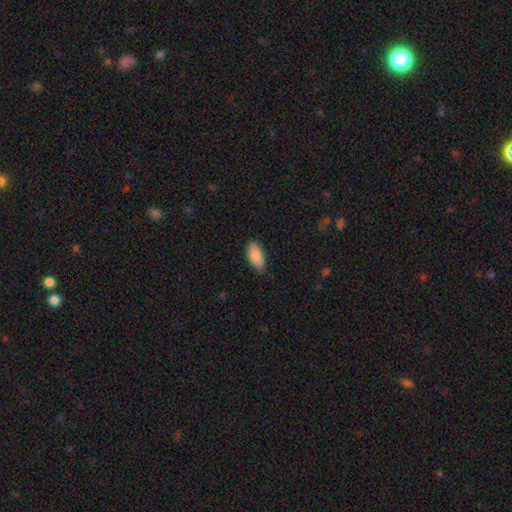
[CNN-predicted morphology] This appears to be a smooth galaxy with no disk features (89%) that is in between round and cigar-shaped (91%). Merging: none (85%).